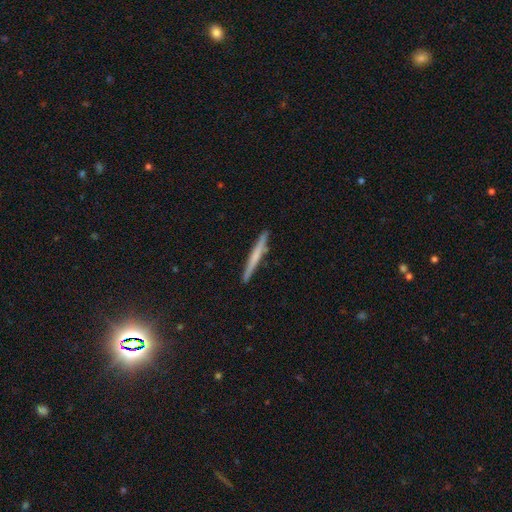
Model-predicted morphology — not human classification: A smooth galaxy with no disk features (48%). Merging: none (90%).